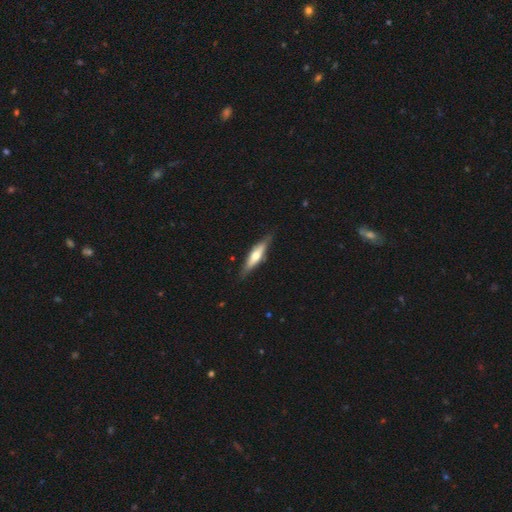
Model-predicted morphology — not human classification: Smooth or featured? featured or disk (52%)
Edge-on disk? yes (91%)
Merging? none (83%)